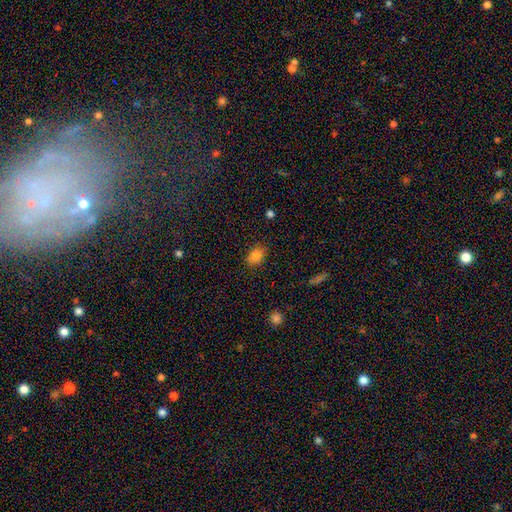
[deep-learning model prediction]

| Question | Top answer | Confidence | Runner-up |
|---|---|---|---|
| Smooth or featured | smooth | 83% | star or artifact (12%) |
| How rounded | in between | 75% | round (24%) |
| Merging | none | 81% | minor disturbance (14%) |